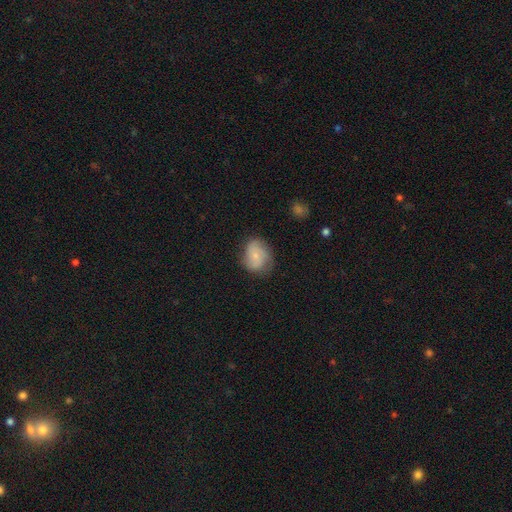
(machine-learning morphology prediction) The model was most divided on "how rounded": round: 54%, in between: 45%, cigar-shaped: 1%. More confident: merging — none (65%); smooth or featured — smooth (53%).